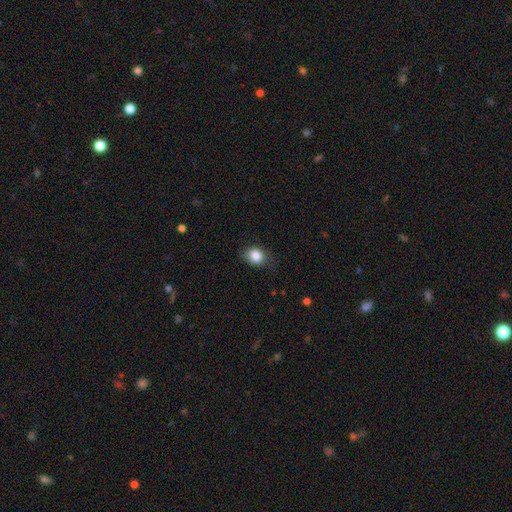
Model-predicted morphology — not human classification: type=smooth (84%); roundness=round (52%); merging=none (74%).